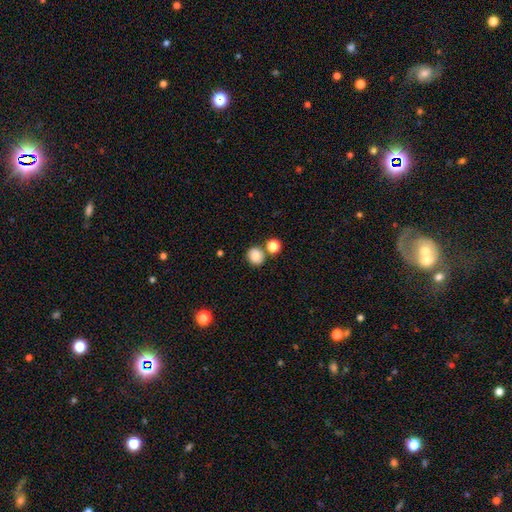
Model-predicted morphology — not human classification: type=smooth (84%); roundness=round (83%); merging=none (74%).